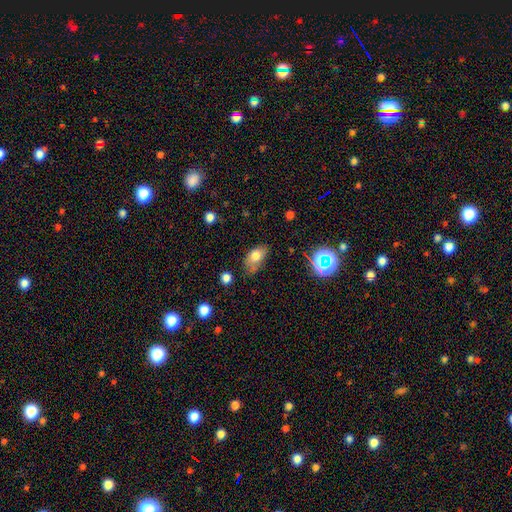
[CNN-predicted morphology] Overall: smooth (73%). How rounded: in between (87%). Merging: none (53%; minor disturbance 32%).